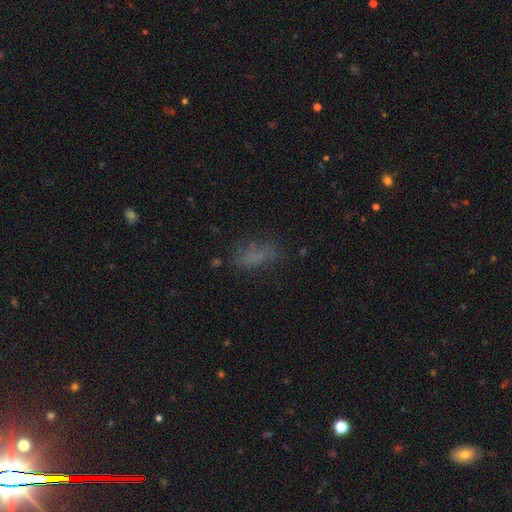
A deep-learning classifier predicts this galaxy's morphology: Smooth or featured? smooth (67%)
How rounded? in between (66%)
Merging? none (60%)